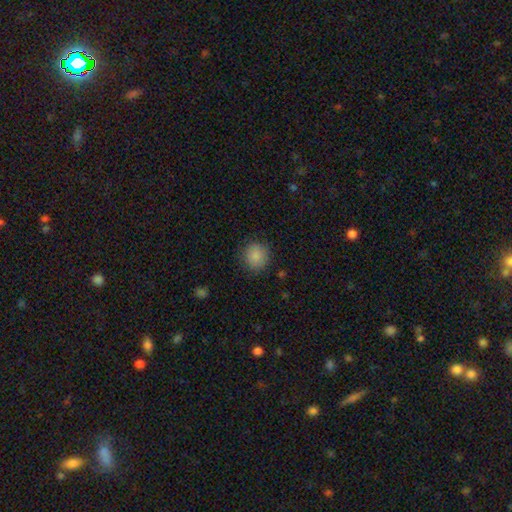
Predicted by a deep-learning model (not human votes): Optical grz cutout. It shows a smooth galaxy with no disk features (87%) that is round (91%). Merging: none (88%).